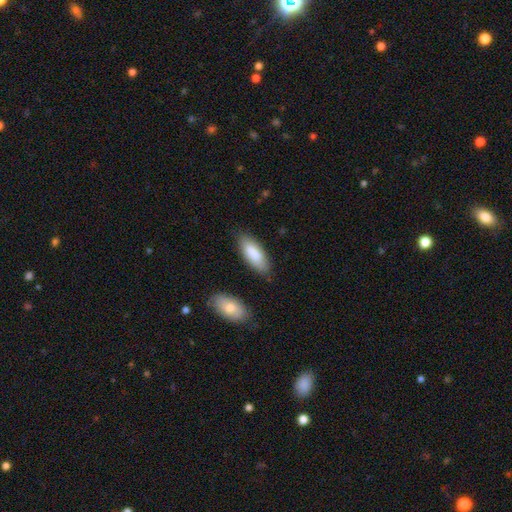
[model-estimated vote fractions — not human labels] Smooth or featured? smooth (84%)
How rounded? in between (74%)
Merging? none (80%)